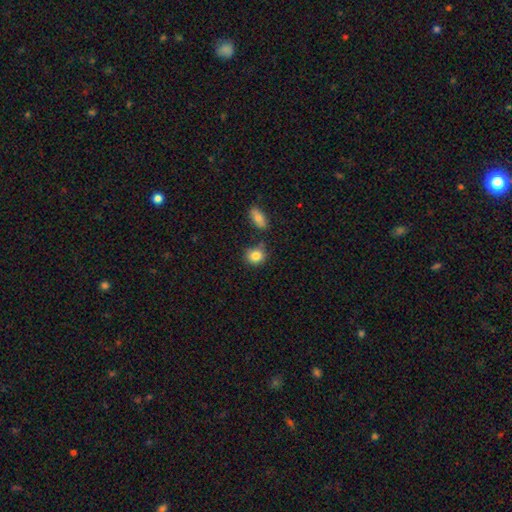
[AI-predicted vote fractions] Smooth or featured? smooth (84%)
How rounded? round (69%)
Merging? none (69%)